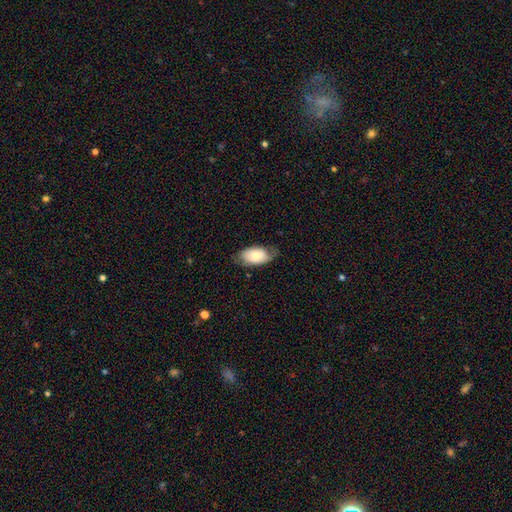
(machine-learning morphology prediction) Smooth or featured? smooth (72%)
How rounded? in between (94%)
Merging? none (63%)